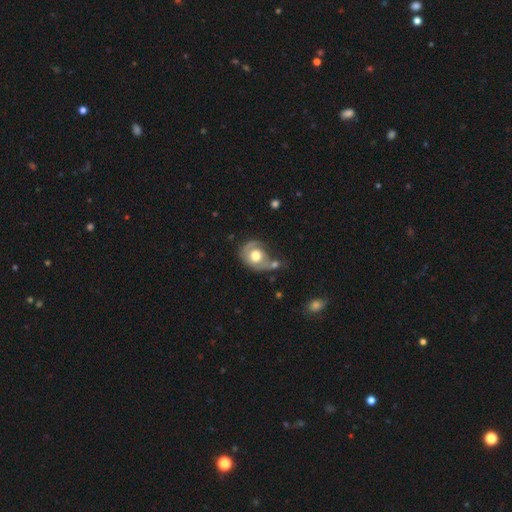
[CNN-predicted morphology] Smooth or featured? Predicted: featured or disk (p=0.52). Edge-on disk? Predicted: no (p=0.96). Merging? Predicted: none (p=0.37).